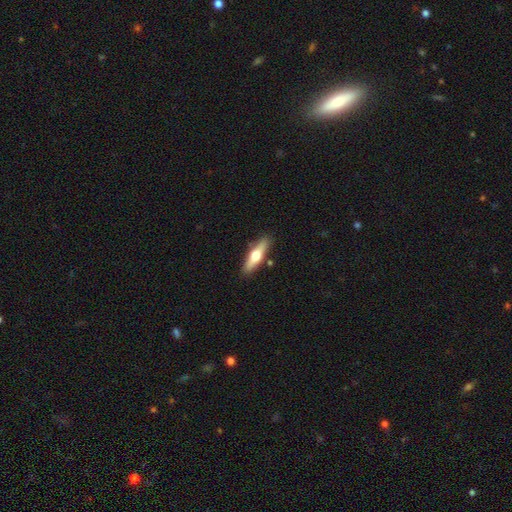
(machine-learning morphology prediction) type=smooth (49%); merging=none (85%).